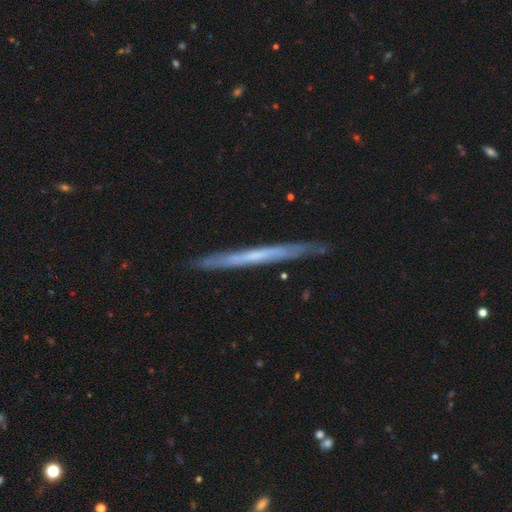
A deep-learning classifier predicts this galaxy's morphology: featured or disk 58%, smooth 36%, star or artifact 6%. Down the decision tree: edge-on disk — yes (94%); edge-on bulge — none (87%); merging — none (87%).